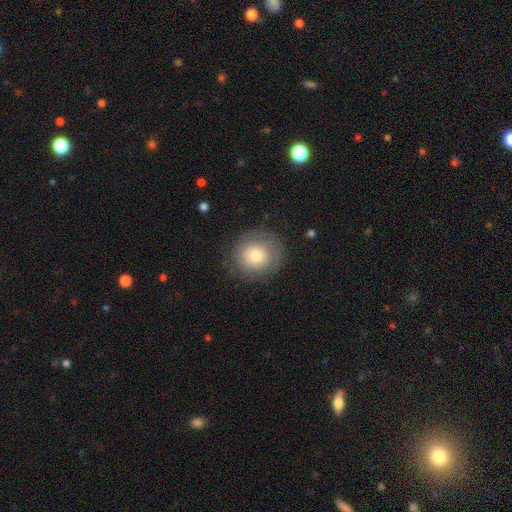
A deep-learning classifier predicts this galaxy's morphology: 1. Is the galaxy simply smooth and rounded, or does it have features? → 63% smooth, 27% featured or disk, 9% star or artifact.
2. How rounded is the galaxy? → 92% round, 7% in between, 1% cigar-shaped.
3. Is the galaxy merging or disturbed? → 79% none, 13% minor disturbance, 6% major disturbance, 1% merger.